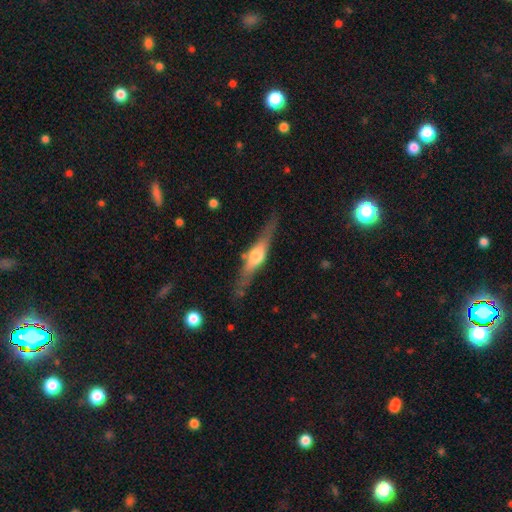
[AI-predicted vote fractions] This appears to be a featured or disk galaxy (68%) viewed edge-on (95%) with a rounded central bulge (91%). Merging: none (79%).